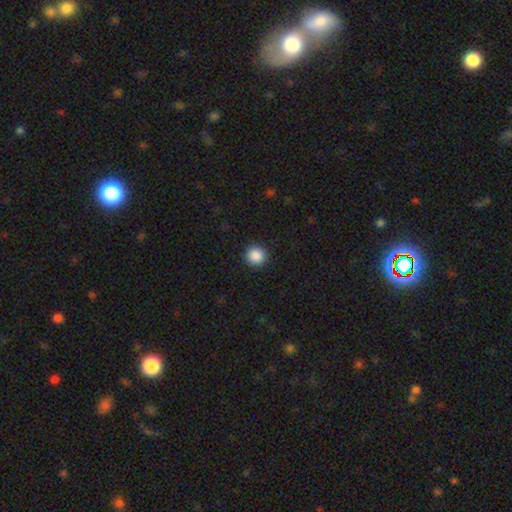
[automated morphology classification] A smooth galaxy with no disk features (89%) that is round (94%). Merging: none (92%).